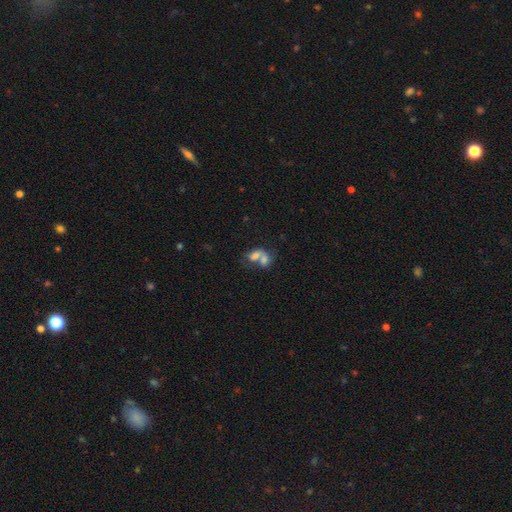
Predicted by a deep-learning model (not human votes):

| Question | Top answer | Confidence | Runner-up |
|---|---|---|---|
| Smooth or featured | smooth | 70% | featured or disk (21%) |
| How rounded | in between | 73% | round (26%) |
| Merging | merger | 75% | none (14%) |